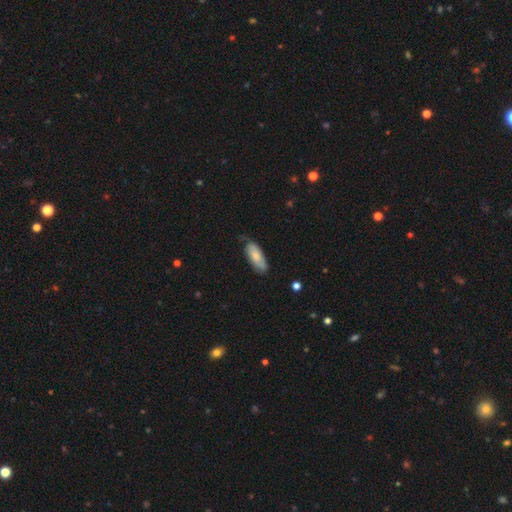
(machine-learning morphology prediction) This is likely a smooth galaxy (71%). How rounded: likely in between (80%). Merging: likely none (60%).